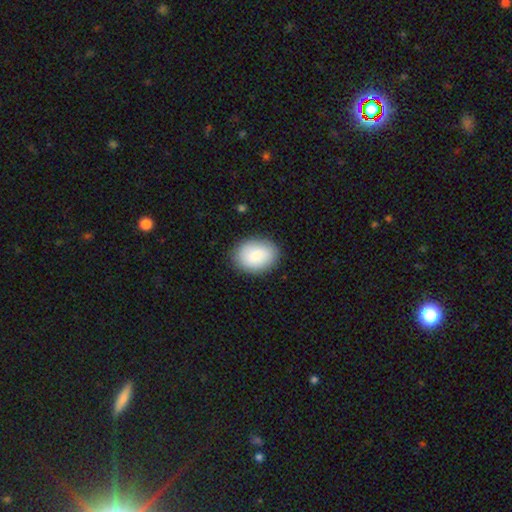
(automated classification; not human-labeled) Smooth or featured? Predicted: smooth (p=0.85). How rounded? Predicted: in between (p=0.72). Merging? Predicted: none (p=0.86).